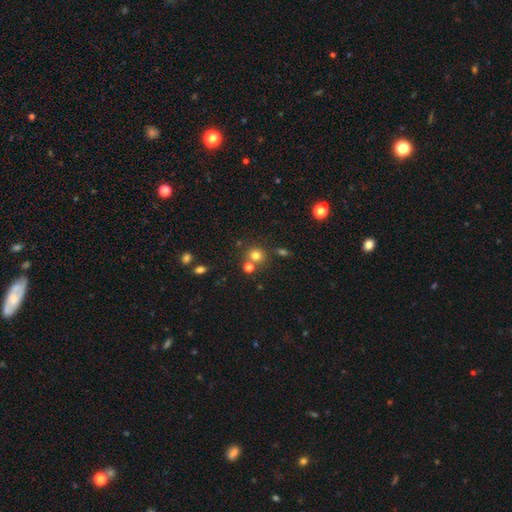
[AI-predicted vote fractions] A smooth galaxy with no disk features (74%) that is round (87%).

Vote fractions:
- Smooth or featured? smooth: 74% / star or artifact: 17% / featured or disk: 9%
- How rounded? round: 87% / in between: 12% / cigar-shaped: 1%
- Merging? none: 69% / merger: 19% / minor disturbance: 9% / major disturbance: 4%